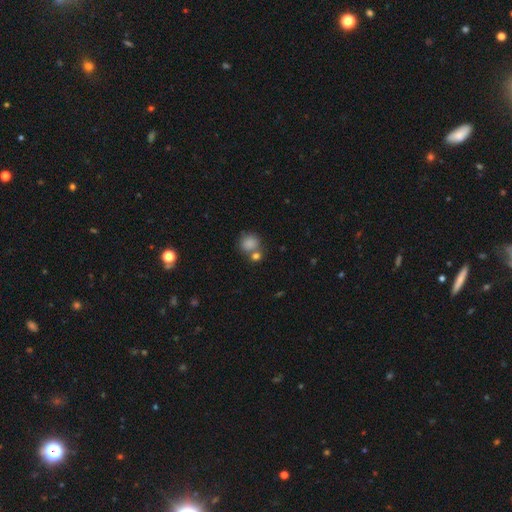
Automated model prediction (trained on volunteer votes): Q: Smooth or featured?
A: smooth (60%); runner-up: star or artifact (28%)
Q: How rounded?
A: round (82%); runner-up: in between (16%)
Q: Merging?
A: none (64%); runner-up: merger (21%)